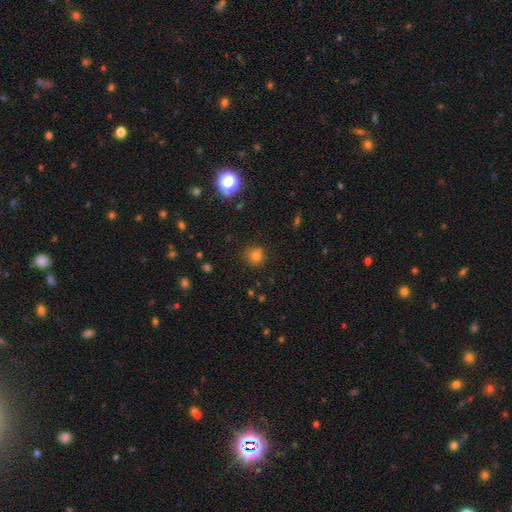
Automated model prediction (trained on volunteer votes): Smooth or featured?
  - smooth: 76% *
  - star or artifact: 17%
  - featured or disk: 7%
How rounded?
  - round: 88% *
  - in between: 11%
  - cigar-shaped: 1%
Merging?
  - none: 78% *
  - minor disturbance: 13%
  - merger: 5%
  - major disturbance: 4%